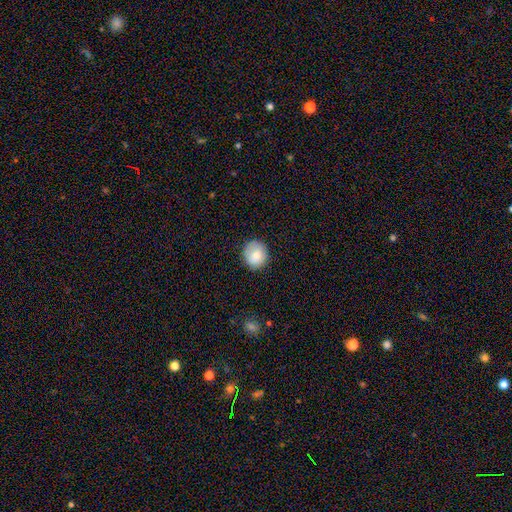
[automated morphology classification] This appears to be a smooth galaxy with no disk features (81%) that is round (82%). Merging: none (83%).